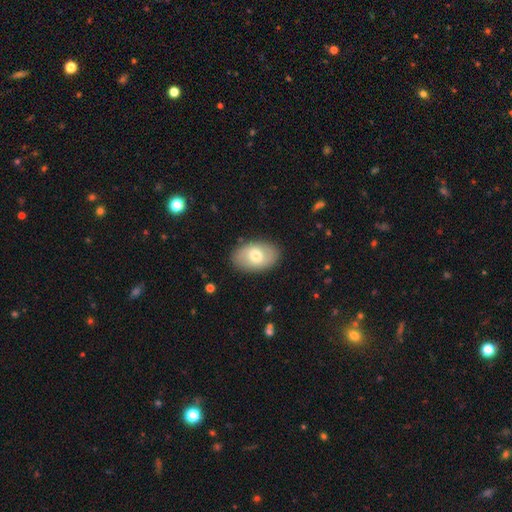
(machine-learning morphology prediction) smooth_or_featured: smooth (p=0.68) [alt: featured or disk p=0.26]
how_rounded: in between (p=0.89) [alt: round p=0.10]
merging: none (p=0.87) [alt: minor disturbance p=0.10]